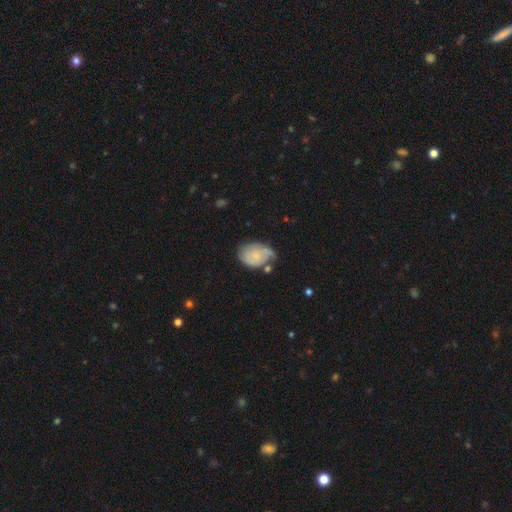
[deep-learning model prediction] Smooth or featured? featured or disk (49%)
Merging? none (41%)